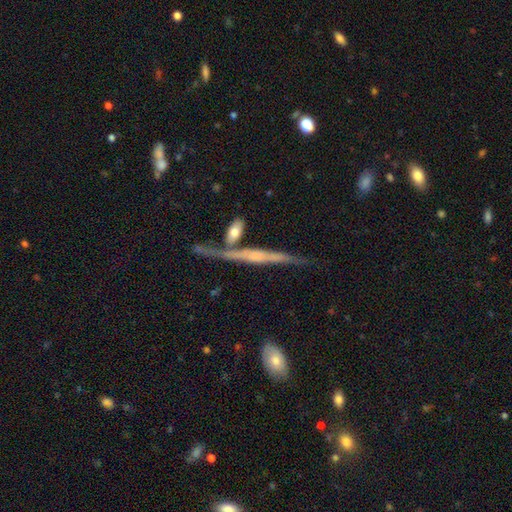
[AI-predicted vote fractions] This appears to be a featured or disk galaxy (74%) viewed edge-on (93%) with a rounded central bulge (38%). Merging: none (64%).